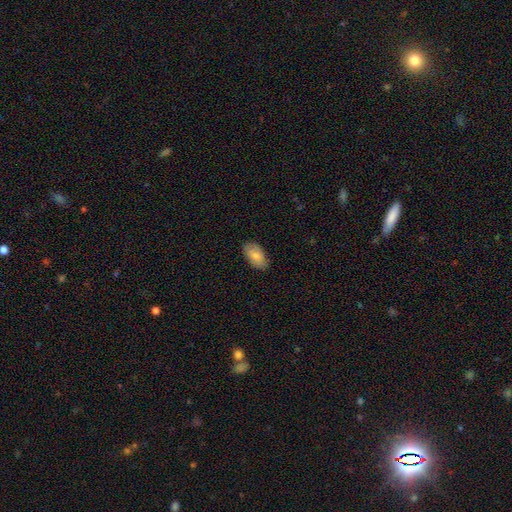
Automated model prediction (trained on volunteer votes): Q: Smooth or featured?
A: smooth (81%); runner-up: featured or disk (13%)
Q: How rounded?
A: in between (94%); runner-up: round (4%)
Q: Merging?
A: none (83%); runner-up: minor disturbance (13%)